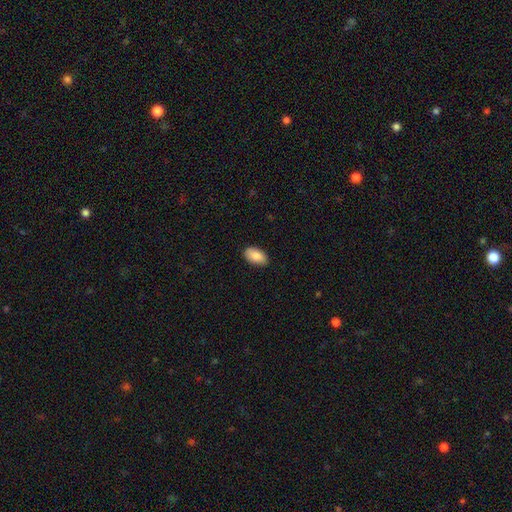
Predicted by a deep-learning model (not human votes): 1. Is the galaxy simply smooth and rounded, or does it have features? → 87% smooth, 7% featured or disk, 6% star or artifact.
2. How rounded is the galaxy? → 94% in between, 5% round, 2% cigar-shaped.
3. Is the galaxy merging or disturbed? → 87% none, 10% minor disturbance, 2% major disturbance, 1% merger.